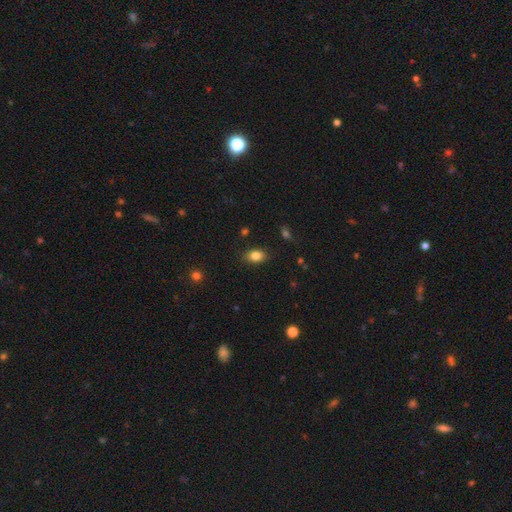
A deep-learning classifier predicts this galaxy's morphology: Smooth or featured? smooth (83%)
How rounded? in between (77%)
Merging? none (85%)